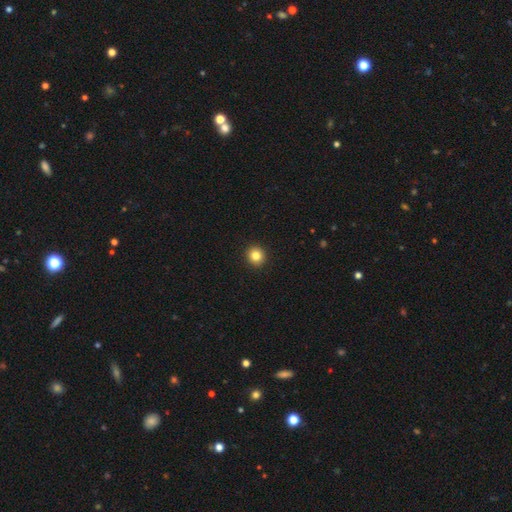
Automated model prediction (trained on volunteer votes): A smooth galaxy with no disk features (83%) that is round (90%). Merging: none (93%).